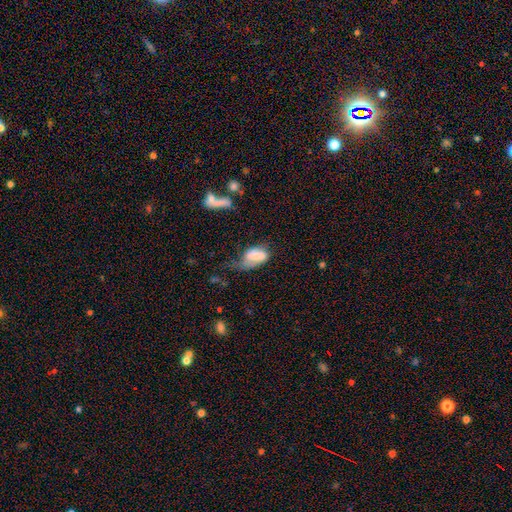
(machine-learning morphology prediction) Smooth or featured?
  - smooth: 63% *
  - featured or disk: 28%
  - star or artifact: 9%
How rounded?
  - in between: 91% *
  - round: 7%
  - cigar-shaped: 3%
Merging?
  - major disturbance: 44% *
  - minor disturbance: 29%
  - none: 20%
  - merger: 7%